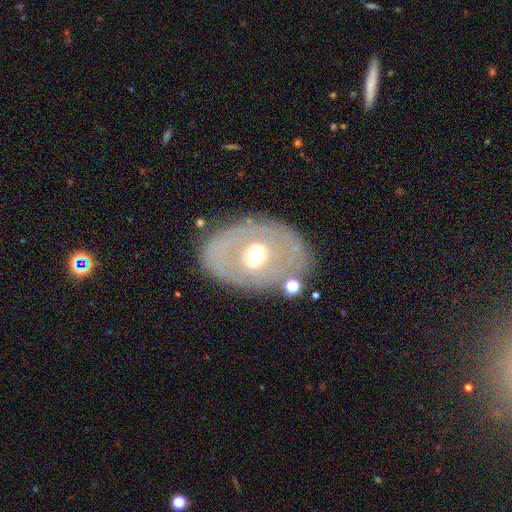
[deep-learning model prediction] featured or disk 65%, smooth 27%, star or artifact 7%. Down the decision tree: edge-on disk — no (91%); bar — no (42%); spiral arms — no (74%); bulge size — moderate (69%); merging — none (76%).